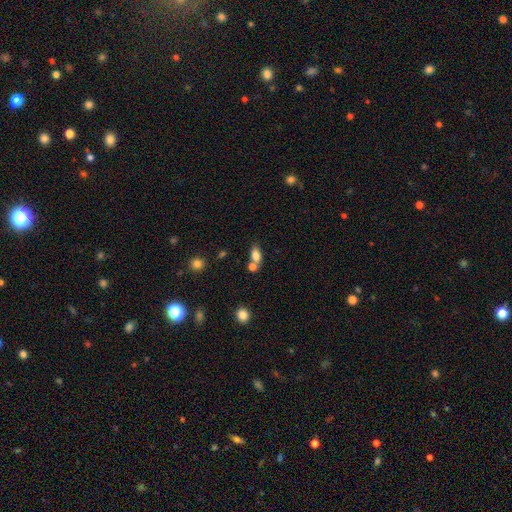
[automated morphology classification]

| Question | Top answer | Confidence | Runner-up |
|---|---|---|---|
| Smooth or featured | smooth | 79% | featured or disk (11%) |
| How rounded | in between | 85% | round (10%) |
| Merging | none | 47% | merger (38%) |